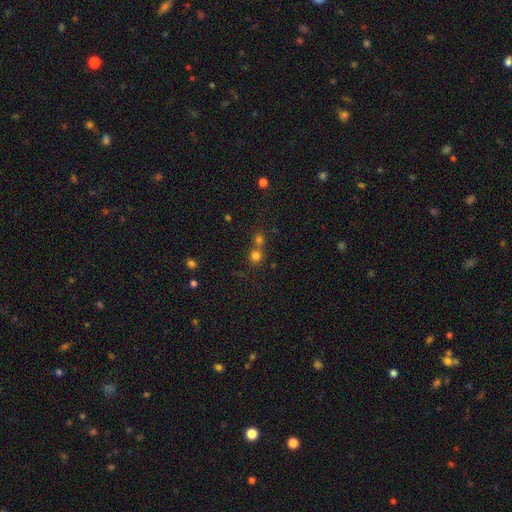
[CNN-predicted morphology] A smooth galaxy with no disk features (74%) that is round (89%).

Vote fractions:
- Smooth or featured? smooth: 74% / star or artifact: 18% / featured or disk: 8%
- How rounded? round: 89% / in between: 10% / cigar-shaped: 1%
- Merging? none: 46% (tied) / merger: 46% (tied) / minor disturbance: 5% / major disturbance: 3%